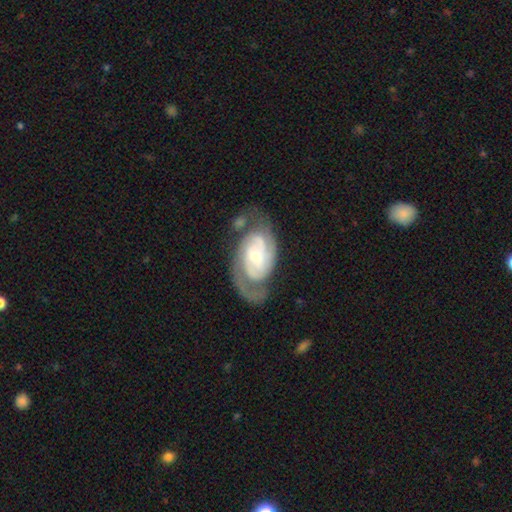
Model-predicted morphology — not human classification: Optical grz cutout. It shows a featured or disk galaxy (87%) with no bar (58%), 2 (76%) tight (56%) spiral arms (96%) and a small central bulge (54%). Merging: none (63%).